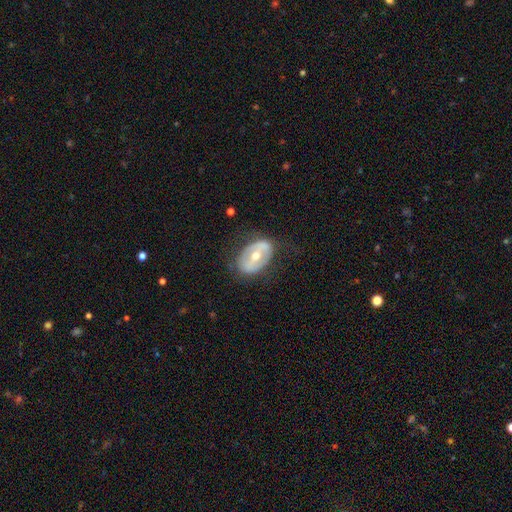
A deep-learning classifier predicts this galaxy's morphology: This is likely a featured or disk galaxy (62%). It is clearly not viewed edge-on (92%). Bar: marginally no (38%). Spiral arm pattern: likely no (74%). Central bulge: likely moderate (62%). Merging: likely none (70%).